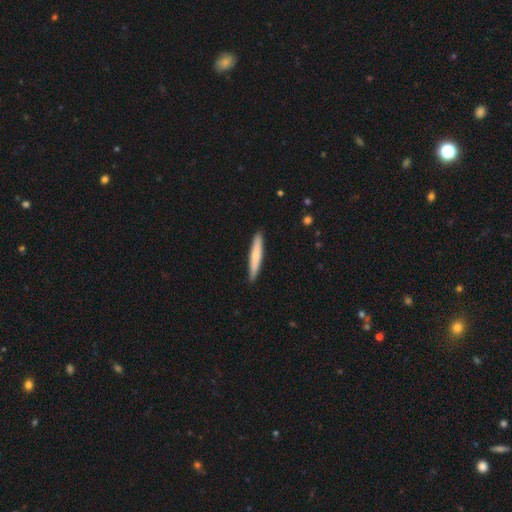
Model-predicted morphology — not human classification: type=smooth (67%); roundness=cigar-shaped (94%); merging=none (90%).